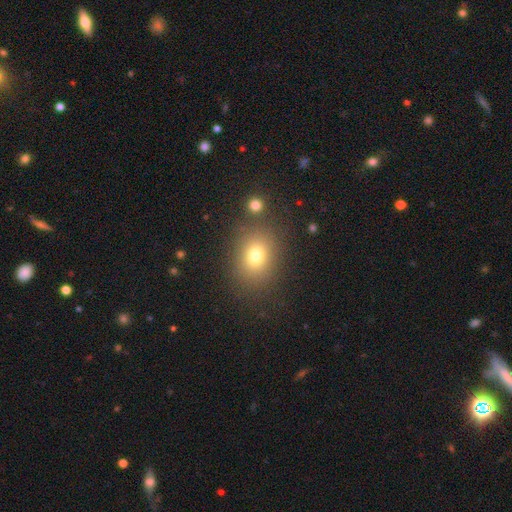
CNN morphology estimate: type=smooth (74%); roundness=in between (50%); merging=none (80%).